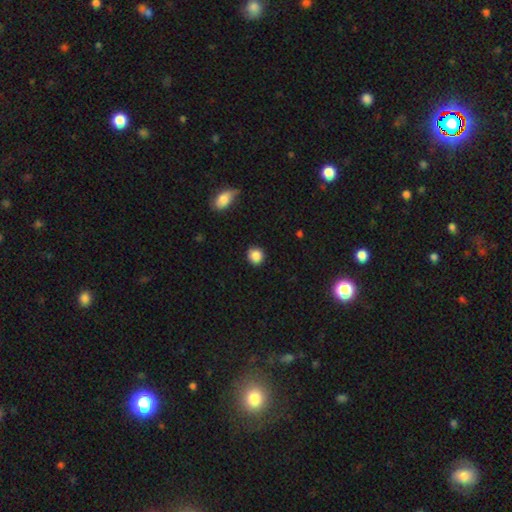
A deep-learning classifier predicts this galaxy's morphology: This appears to be a smooth galaxy with no disk features (87%) that is round (87%). Merging: none (86%).